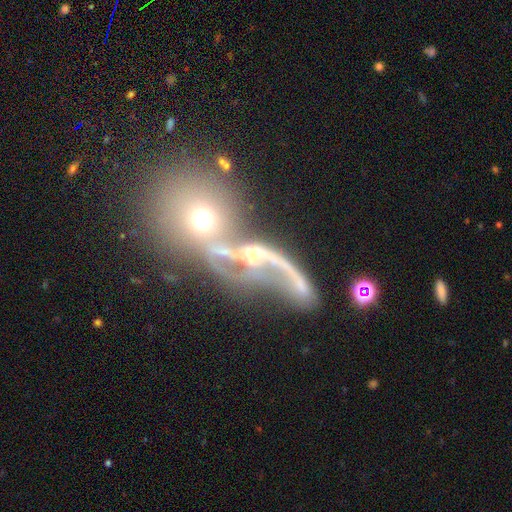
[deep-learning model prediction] Smooth or featured? featured or disk (43%)
Merging? merger (53%)